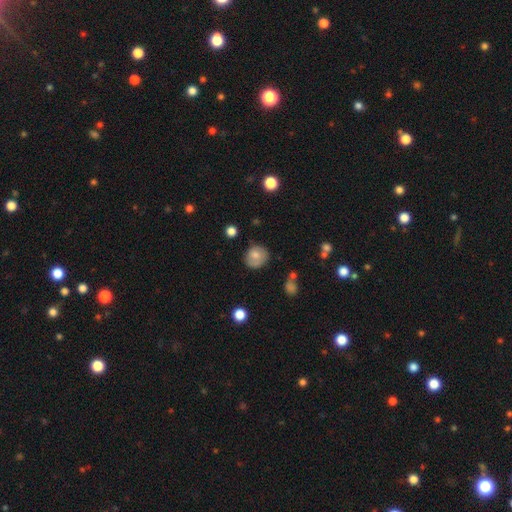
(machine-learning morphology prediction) Smooth or featured: smooth — 72% (featured or disk — 19%)
How rounded: round — 75% (in between — 24%)
Merging: none — 65% (minor disturbance — 25%)